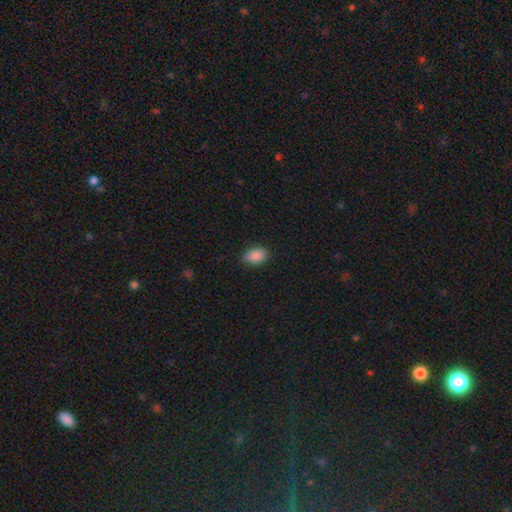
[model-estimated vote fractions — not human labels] smooth_or_featured: smooth (p=0.89) [alt: star or artifact p=0.07]
how_rounded: in between (p=0.88) [alt: round p=0.11]
merging: none (p=0.85) [alt: minor disturbance p=0.11]